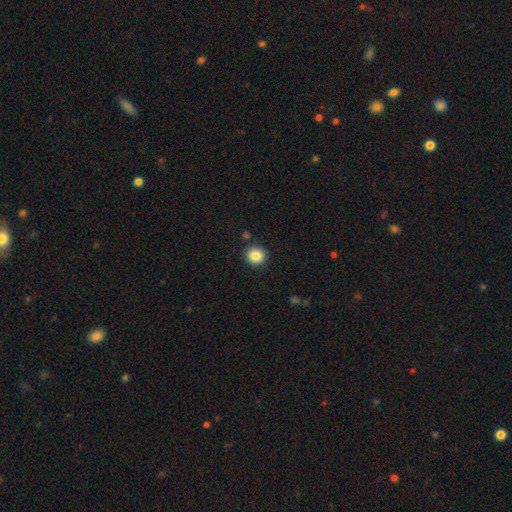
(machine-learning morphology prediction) Smooth or featured? Predicted: smooth (p=0.86). How rounded? Predicted: round (p=0.92). Merging? Predicted: none (p=0.87).